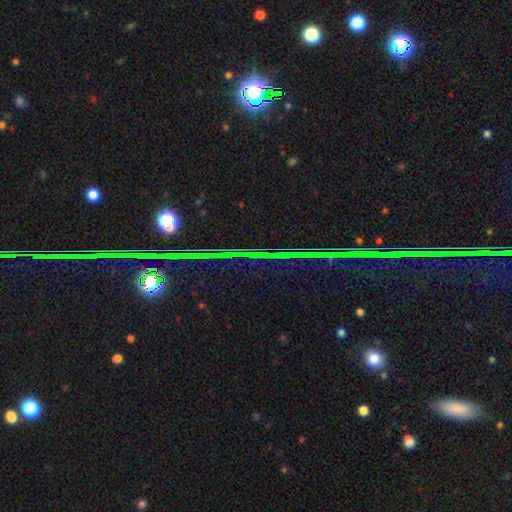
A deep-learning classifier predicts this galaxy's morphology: smooth-or-featured: star or artifact: 83% | featured or disk: 9% | smooth: 8%